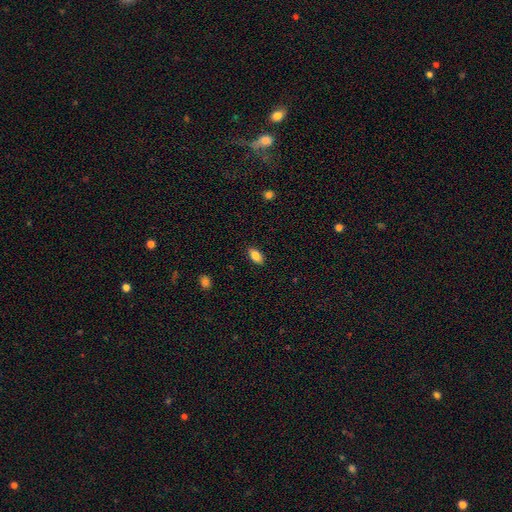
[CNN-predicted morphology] Smooth or featured: smooth — 83% (featured or disk — 9%)
How rounded: in between — 90% (round — 5%)
Merging: none — 88% (minor disturbance — 9%)